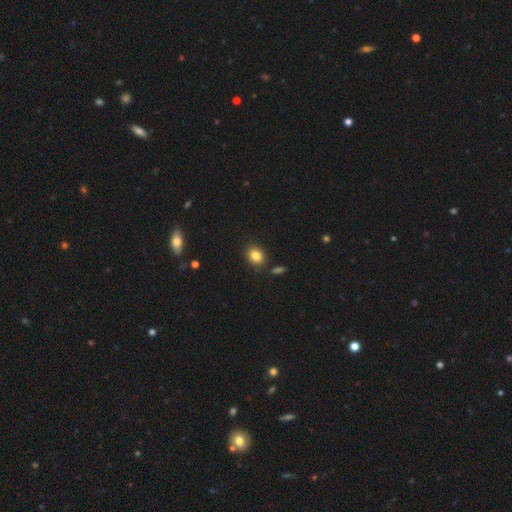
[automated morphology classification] Overall: smooth (84%). How rounded: round (49%, tied with in between). Merging: none (83%).